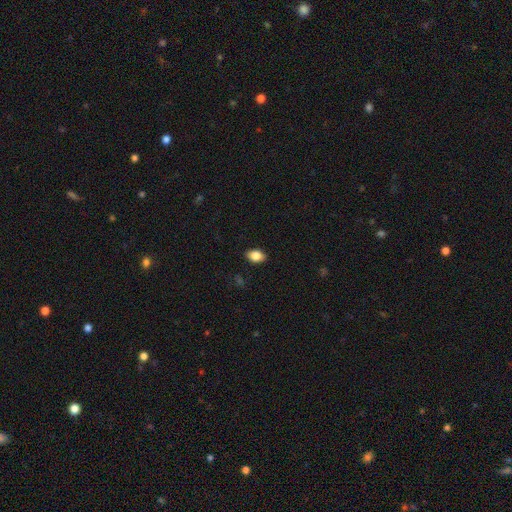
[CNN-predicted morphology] A smooth galaxy with no disk features (85%) that is in between round and cigar-shaped (84%). Merging: none (88%).